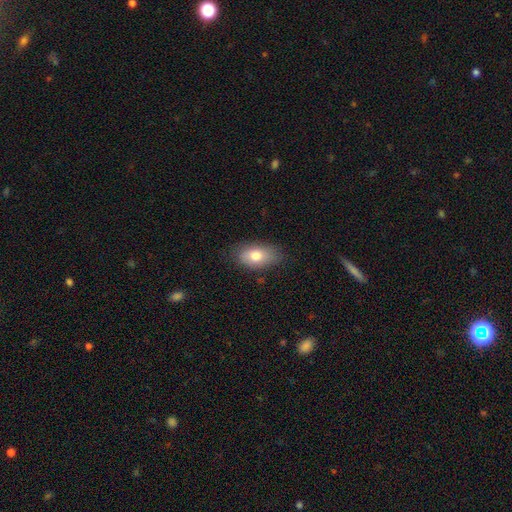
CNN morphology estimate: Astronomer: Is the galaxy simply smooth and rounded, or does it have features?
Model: smooth — 76%.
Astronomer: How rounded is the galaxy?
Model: in between — 90%.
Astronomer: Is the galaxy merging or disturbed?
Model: none — 76%.